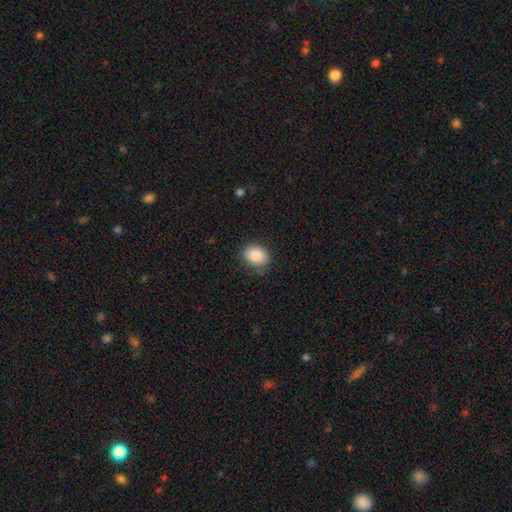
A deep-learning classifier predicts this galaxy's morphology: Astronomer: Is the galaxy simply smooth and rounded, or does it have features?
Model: smooth — 84%.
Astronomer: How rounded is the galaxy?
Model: in between — 60% (runner-up: round, 39%).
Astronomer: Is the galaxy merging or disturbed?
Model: none — 82%.